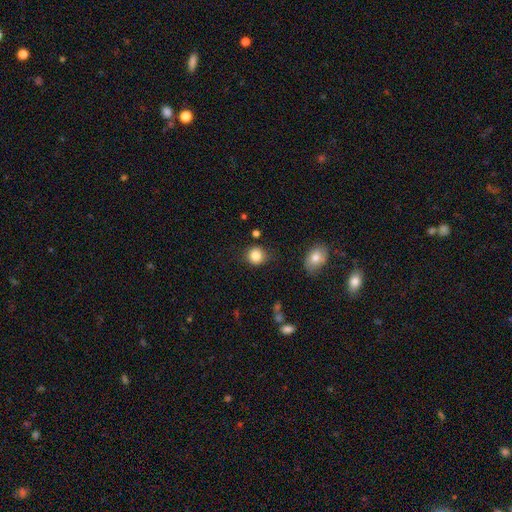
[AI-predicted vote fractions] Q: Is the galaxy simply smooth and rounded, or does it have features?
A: smooth — 84%.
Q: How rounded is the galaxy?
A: round — 87%.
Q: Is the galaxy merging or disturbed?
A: none — 81%.